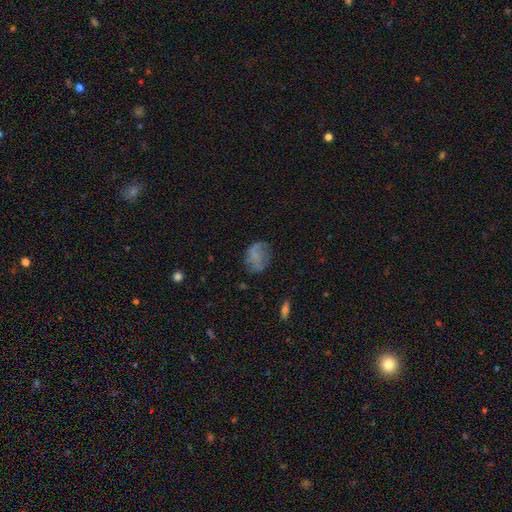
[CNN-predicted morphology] This appears to be a smooth galaxy with no disk features (49%). Merging: none (57%).